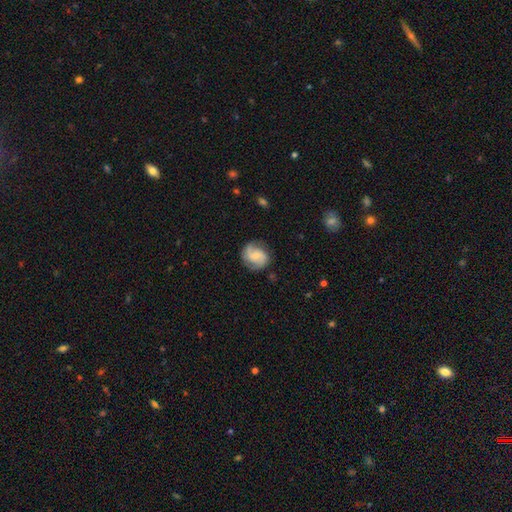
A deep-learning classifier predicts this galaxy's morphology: smooth_or_featured: featured or disk (p=0.68) [alt: smooth p=0.26]
disk_edge_on: no (p=0.98) [alt: yes p=0.02]
bar: no (p=0.55) [alt: weak p=0.37]
has_spiral_arms: yes (p=0.94) [alt: no p=0.06]
spiral_winding: medium (p=0.46) [alt: loose p=0.28]
spiral_arm_count: 2 (p=0.78) [alt: can't tell p=0.08]
bulge_size: small (p=0.58) [alt: moderate p=0.31]
merging: none (p=0.76) [alt: minor disturbance p=0.17]